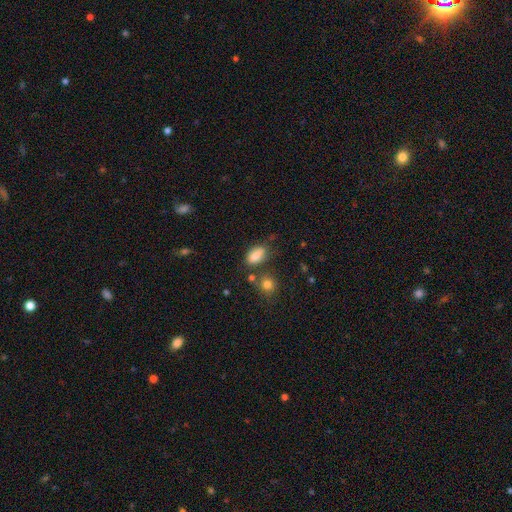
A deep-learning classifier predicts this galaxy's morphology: smooth-or-featured: smooth: 82% | star or artifact: 10% | featured or disk: 9%
  how-rounded: in between: 88% | round: 8% | cigar-shaped: 4%
  merging: none: 60% | minor disturbance: 24% | merger: 9% | major disturbance: 7%